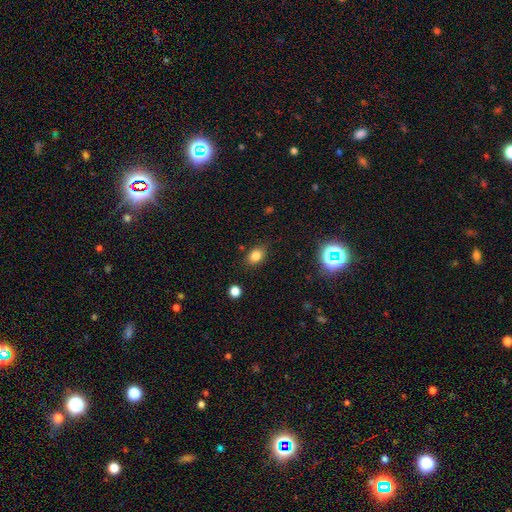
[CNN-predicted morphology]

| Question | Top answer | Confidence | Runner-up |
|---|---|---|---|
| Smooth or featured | smooth | 81% | star or artifact (13%) |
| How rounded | in between | 72% | round (27%) |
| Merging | none | 83% | minor disturbance (12%) |